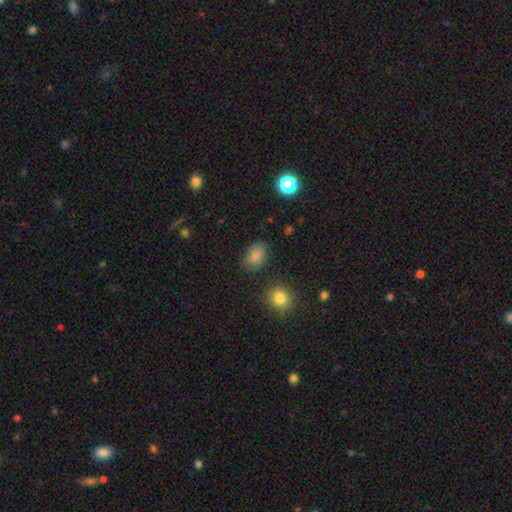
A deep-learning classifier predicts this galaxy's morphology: Smooth or featured?
  - smooth: 81% *
  - star or artifact: 11%
  - featured or disk: 8%
How rounded?
  - in between: 74% *
  - round: 25%
  - cigar-shaped: 1%
Merging?
  - none: 75% *
  - minor disturbance: 17%
  - major disturbance: 5%
  - merger: 3%